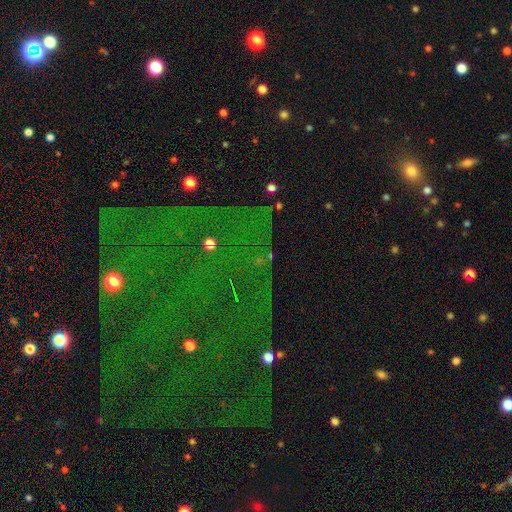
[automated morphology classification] Smooth or featured: star or artifact — 78% (smooth — 12%)